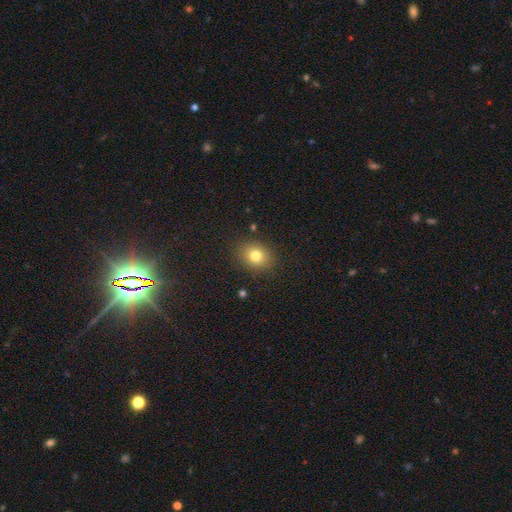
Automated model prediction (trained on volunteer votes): Morphology: type=smooth (78%); roundness=in between (51%); merging=none (87%).